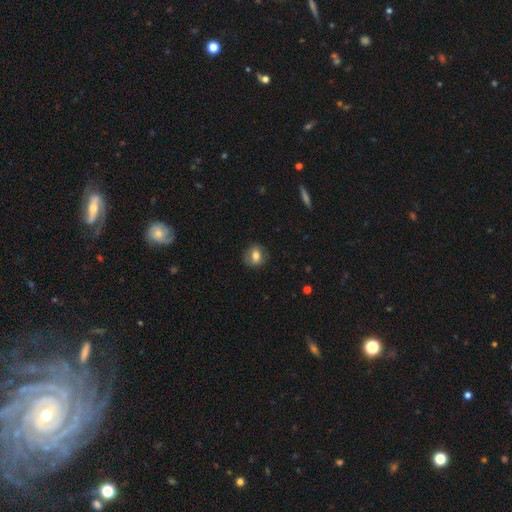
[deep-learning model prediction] smooth 70%, featured or disk 21%, star or artifact 9%. Down the decision tree: how rounded — round (64%); merging — none (84%).